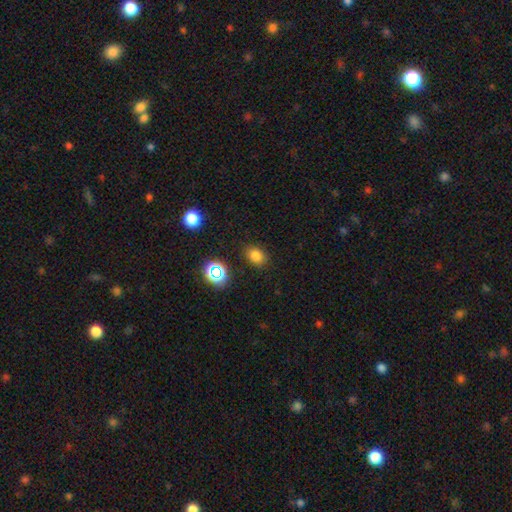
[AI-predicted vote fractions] Smooth or featured?
  - smooth: 76% *
  - star or artifact: 18%
  - featured or disk: 6%
How rounded?
  - in between: 65% *
  - round: 34%
  - cigar-shaped: 1%
Merging?
  - none: 84% *
  - minor disturbance: 11%
  - major disturbance: 3%
  - merger: 2%